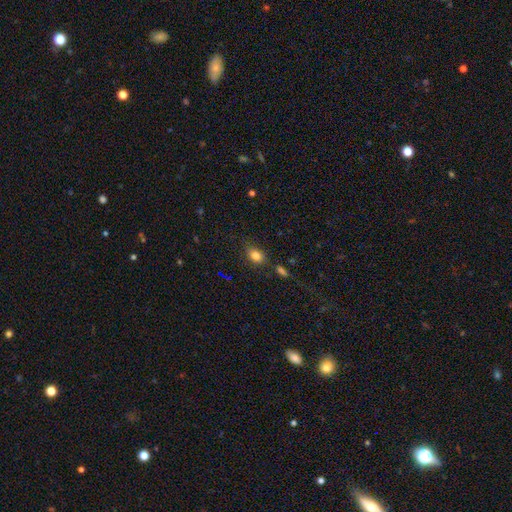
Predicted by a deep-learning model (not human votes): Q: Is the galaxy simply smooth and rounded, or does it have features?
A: smooth — 81%.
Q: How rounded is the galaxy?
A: in between — 74%.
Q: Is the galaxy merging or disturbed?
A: none — 78%.